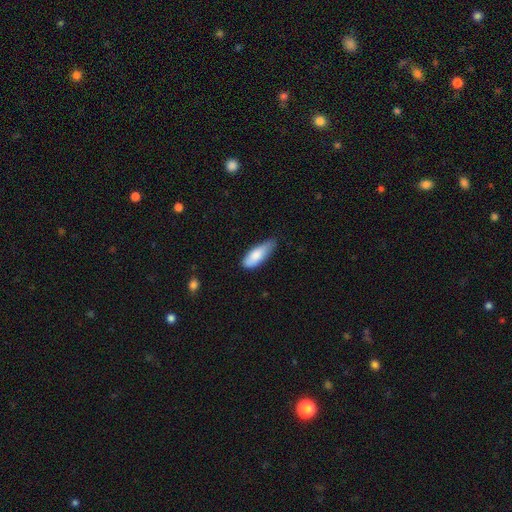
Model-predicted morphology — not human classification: Overall: smooth (81%). How rounded: in between (73%). Merging: none (54%; minor disturbance 39%).